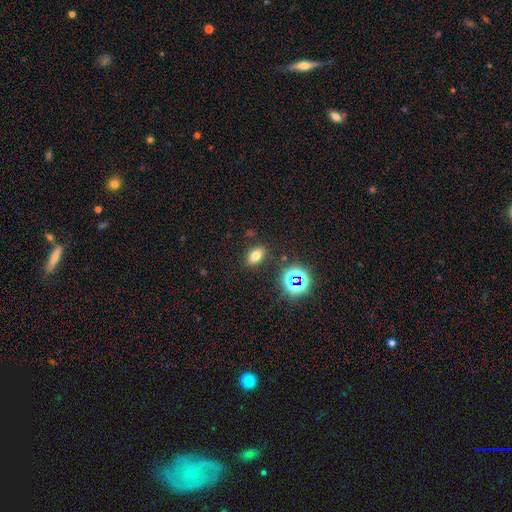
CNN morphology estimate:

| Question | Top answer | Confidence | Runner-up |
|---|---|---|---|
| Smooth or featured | smooth | 69% | star or artifact (21%) |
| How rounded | in between | 84% | round (13%) |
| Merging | none | 85% | minor disturbance (9%) |